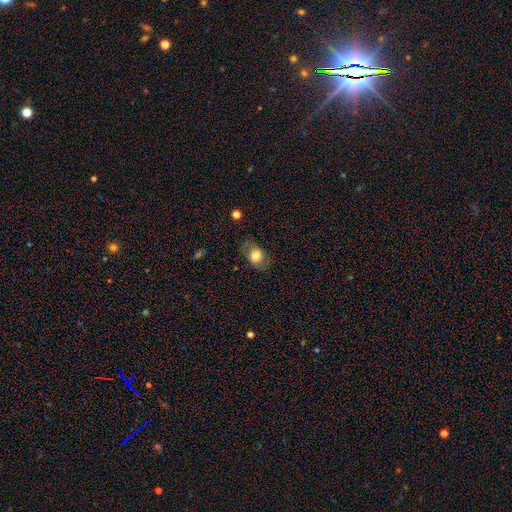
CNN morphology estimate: A smooth galaxy with no disk features (69%) that is in between round and cigar-shaped (58%).

Vote fractions:
- Smooth or featured? smooth: 69% / featured or disk: 22% / star or artifact: 9%
- How rounded? in between: 58% / round: 40% / cigar-shaped: 1%
- Merging? none: 69% / minor disturbance: 18% / major disturbance: 11% / merger: 1%